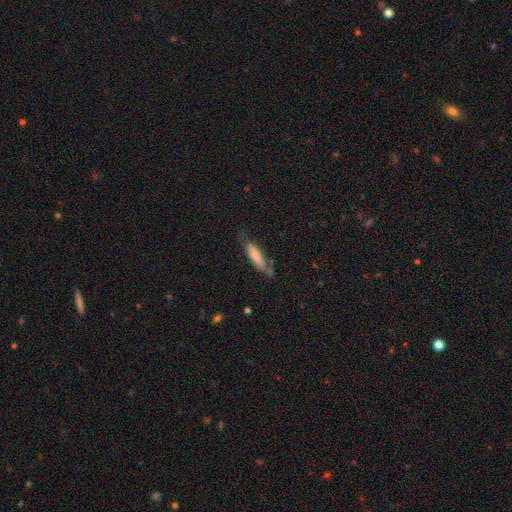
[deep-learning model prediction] Smooth or featured? smooth (73%)
How rounded? cigar-shaped (63%)
Merging? none (58%)